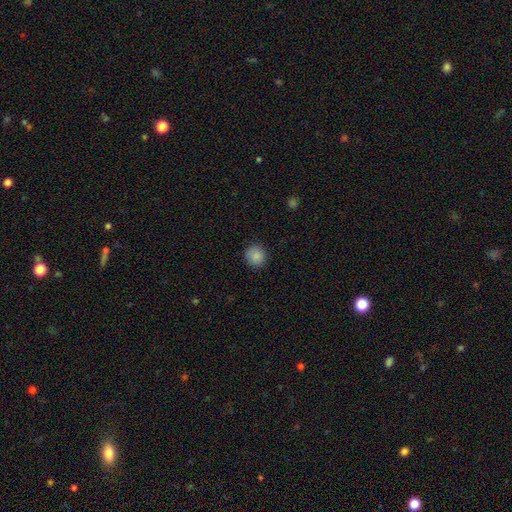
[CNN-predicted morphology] This appears to be a smooth galaxy with no disk features (87%) that is round (87%). Merging: none (89%).